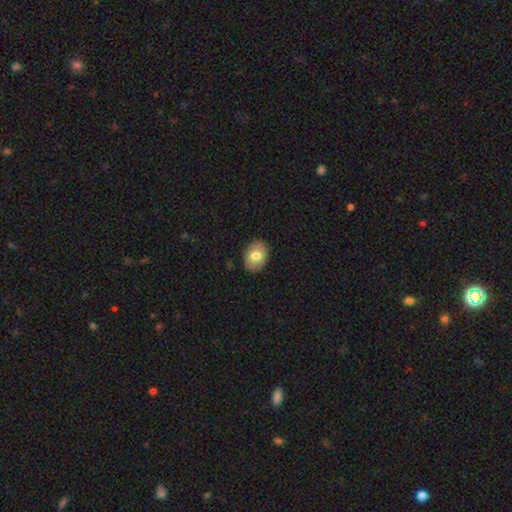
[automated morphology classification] The model was most divided on "how rounded": in between: 74%, round: 26%, cigar-shaped: 1%. More confident: merging — none (89%); smooth or featured — smooth (77%).